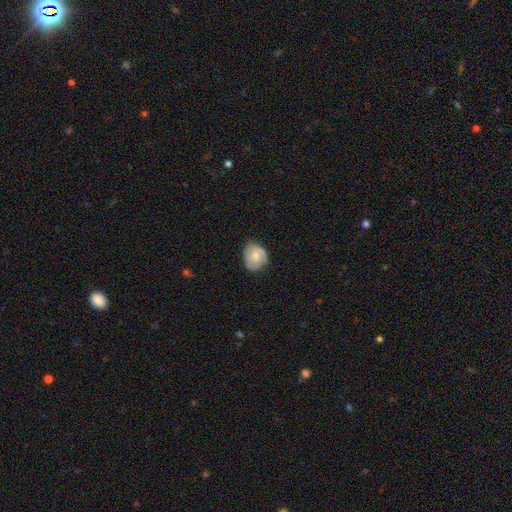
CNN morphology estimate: Smooth or featured: smooth — 63% (featured or disk — 30%)
How rounded: round — 62% (in between — 37%)
Merging: none — 65% (minor disturbance — 28%)